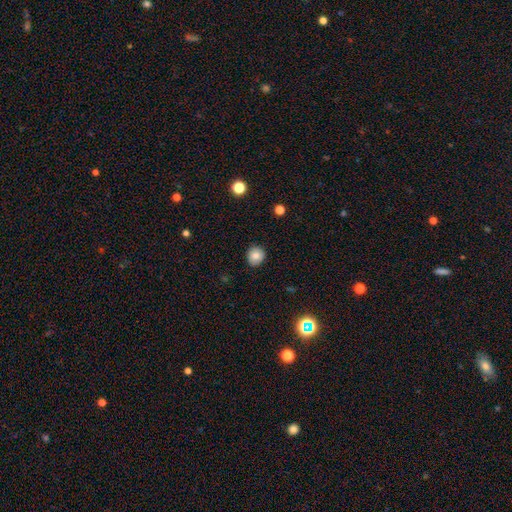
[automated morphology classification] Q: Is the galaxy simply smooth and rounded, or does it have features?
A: smooth — 81%.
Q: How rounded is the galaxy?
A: round — 83%.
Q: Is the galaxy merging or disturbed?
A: none — 87%.